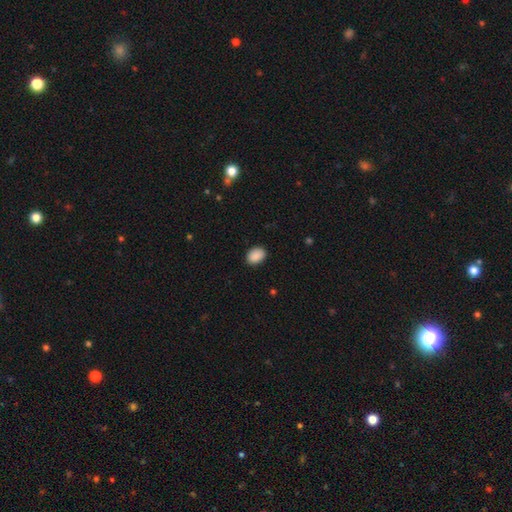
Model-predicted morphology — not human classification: This is clearly a smooth galaxy (90%). How rounded: likely in between (78%). Merging: clearly none (88%).